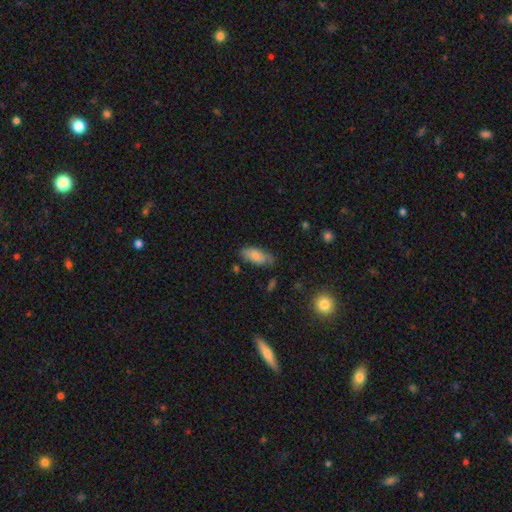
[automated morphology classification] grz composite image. It shows a smooth galaxy with no disk features (76%) that is in between round and cigar-shaped (86%). Merging: none (60%).